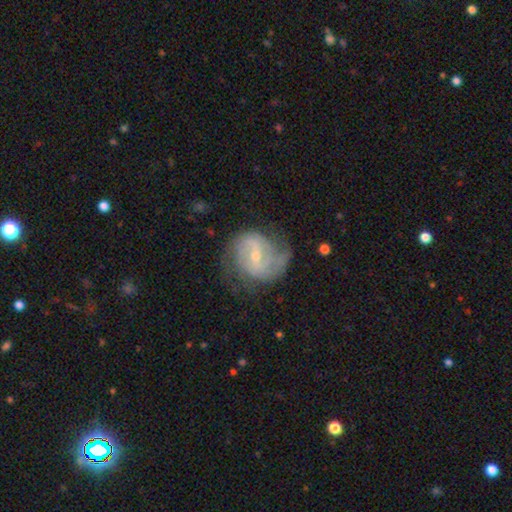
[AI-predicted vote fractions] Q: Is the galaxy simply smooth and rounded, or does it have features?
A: featured or disk — 83%.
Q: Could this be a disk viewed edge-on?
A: no — 98%.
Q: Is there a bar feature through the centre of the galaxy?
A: weak — 55%.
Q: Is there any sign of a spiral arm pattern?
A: yes — 94%.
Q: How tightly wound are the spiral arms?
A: medium — 45%.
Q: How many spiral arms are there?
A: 2 — 64%.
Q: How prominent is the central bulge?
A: small — 61%.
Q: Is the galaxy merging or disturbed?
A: none — 63%.